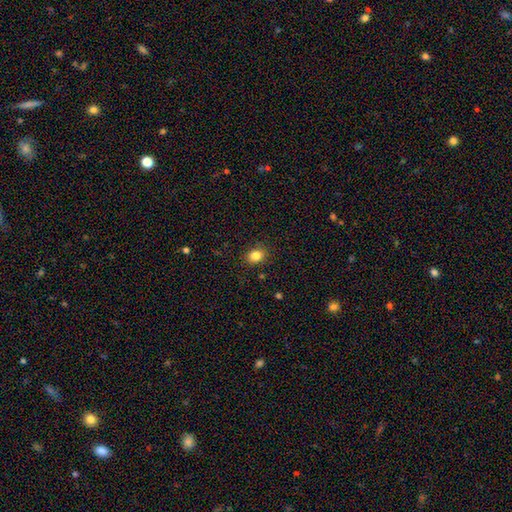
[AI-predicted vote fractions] Smooth or featured? smooth (84%)
How rounded? round (52%)
Merging? none (88%)